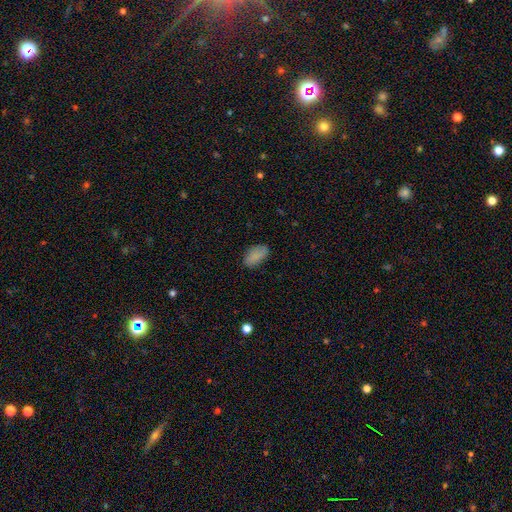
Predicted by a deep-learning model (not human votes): Smooth or featured? Predicted: smooth (p=0.86). How rounded? Predicted: in between (p=0.93). Merging? Predicted: none (p=0.81).